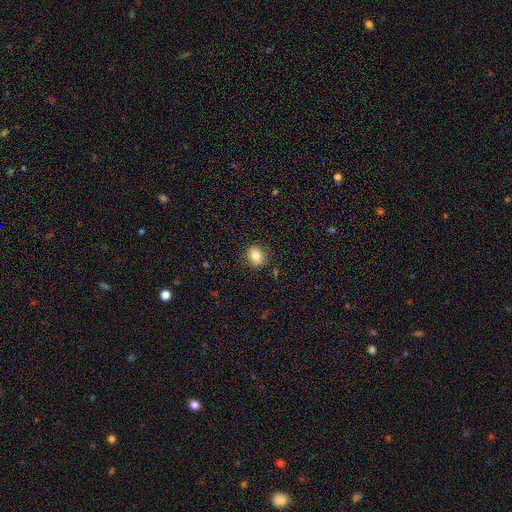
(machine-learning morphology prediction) smooth_or_featured: smooth (p=0.81) [alt: star or artifact p=0.10]
how_rounded: round (p=0.61) [alt: in between p=0.38]
merging: none (p=0.86) [alt: minor disturbance p=0.11]